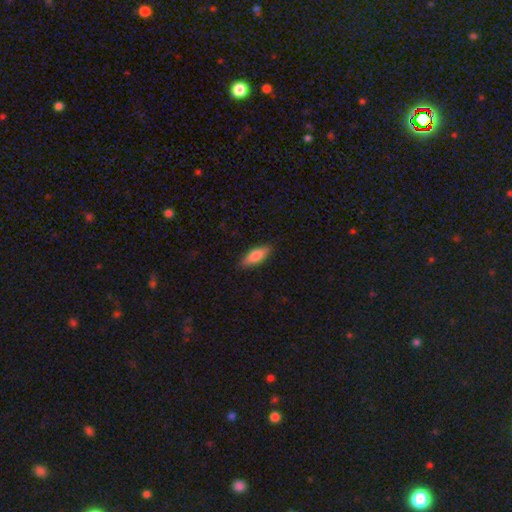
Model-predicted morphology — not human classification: The model was most divided on "how rounded": in between: 68%, cigar-shaped: 30%, round: 2%. More confident: merging — none (86%); smooth or featured — smooth (80%).